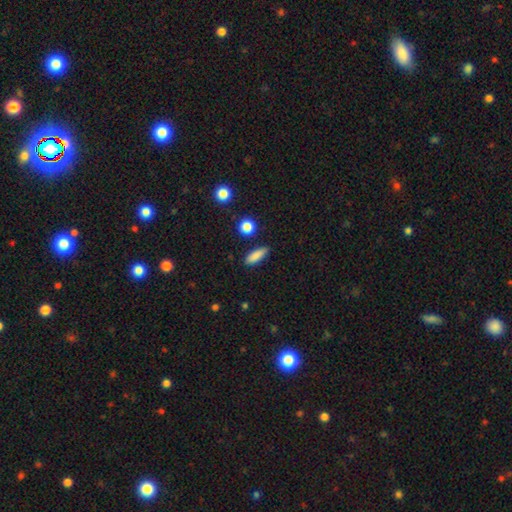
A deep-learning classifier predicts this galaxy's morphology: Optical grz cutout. It shows a smooth galaxy with no disk features (85%) that is in between round and cigar-shaped (50%). Merging: none (86%).